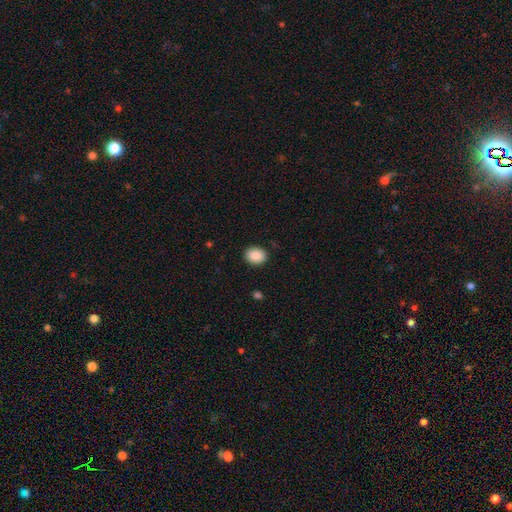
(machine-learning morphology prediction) type=smooth (89%); roundness=in between (58%); merging=none (88%).